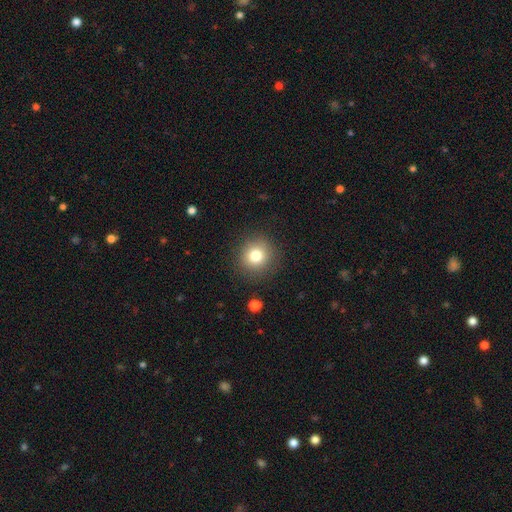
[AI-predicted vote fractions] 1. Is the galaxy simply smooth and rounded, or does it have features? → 78% smooth, 13% star or artifact, 10% featured or disk.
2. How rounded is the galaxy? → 92% round, 8% in between, 1% cigar-shaped.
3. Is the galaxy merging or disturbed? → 89% none, 7% minor disturbance, 3% major disturbance, 1% merger.